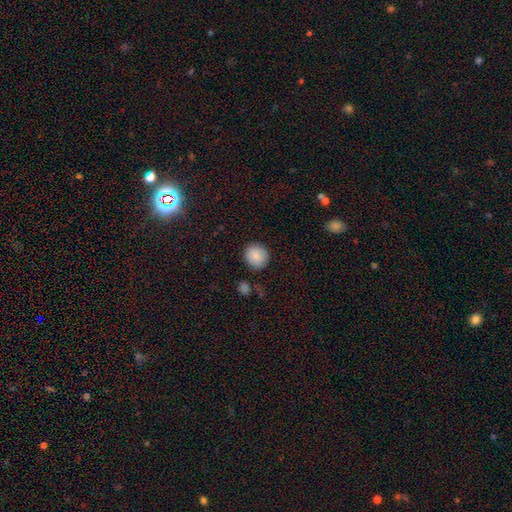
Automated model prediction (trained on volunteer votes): Smooth or featured: smooth — 88% (star or artifact — 8%)
How rounded: round — 83% (in between — 16%)
Merging: none — 86% (minor disturbance — 9%)